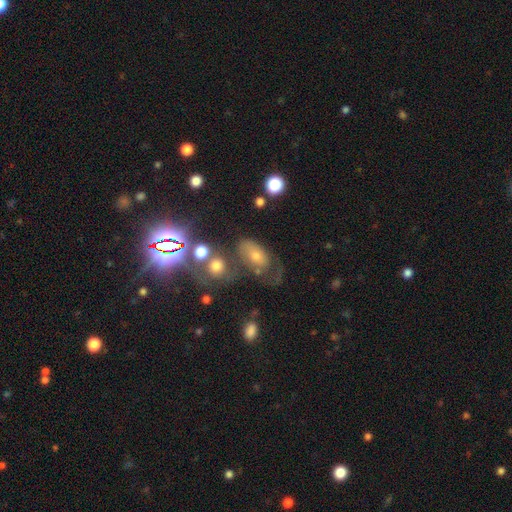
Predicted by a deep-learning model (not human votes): This is marginally a smooth galaxy (44%). Merging: marginally none (41%).